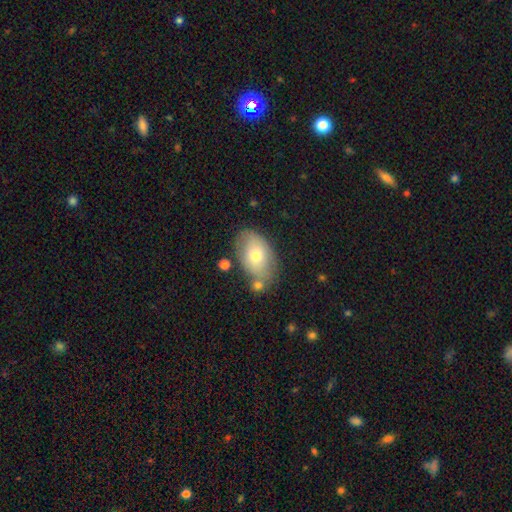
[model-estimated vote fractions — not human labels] This appears to be a smooth galaxy with no disk features (67%) that is in between round and cigar-shaped (88%). Merging: none (66%).